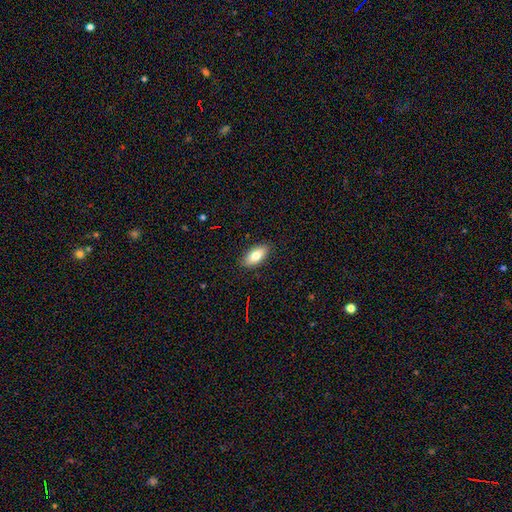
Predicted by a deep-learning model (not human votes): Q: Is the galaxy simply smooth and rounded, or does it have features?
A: smooth — 79%.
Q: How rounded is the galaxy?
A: in between — 88%.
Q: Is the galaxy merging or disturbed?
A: none — 87%.